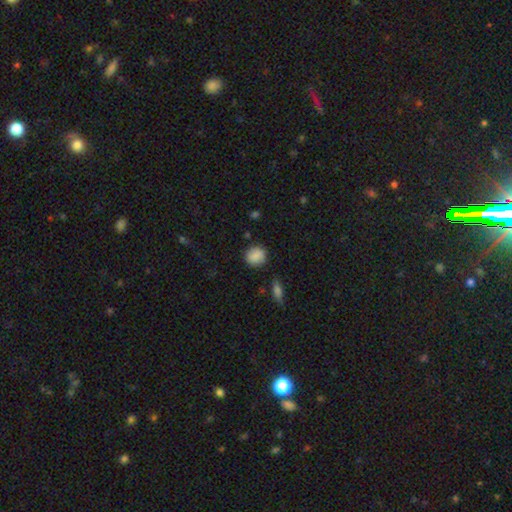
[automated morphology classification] This appears to be a smooth galaxy with no disk features (87%) that is round (76%). Merging: none (84%).